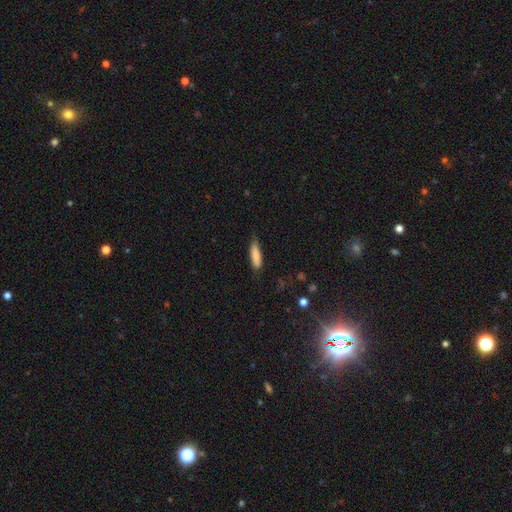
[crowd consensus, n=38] This is likely a smooth galaxy (76%). How rounded: likely cigar-shaped (72%). Merging: likely none (63%).